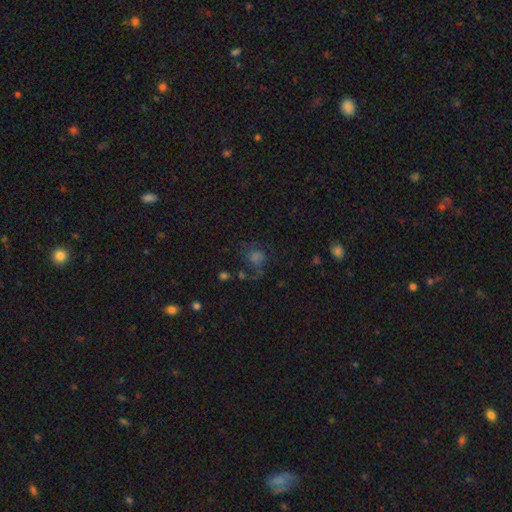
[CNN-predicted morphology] This appears to be a smooth galaxy with no disk features (42%). Merging: none (53%).